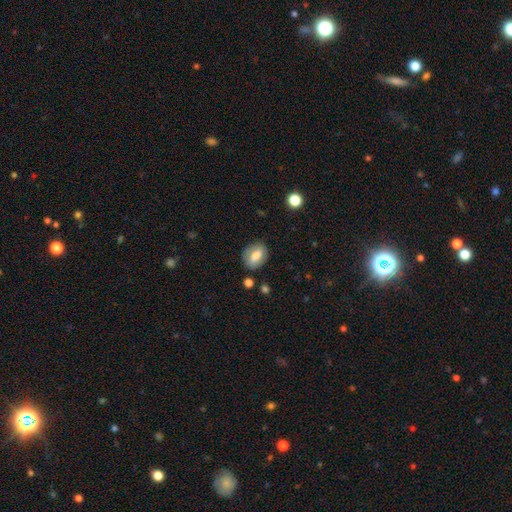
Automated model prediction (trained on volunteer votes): Overall: smooth (68%). How rounded: in between (71%). Merging: none (78%).